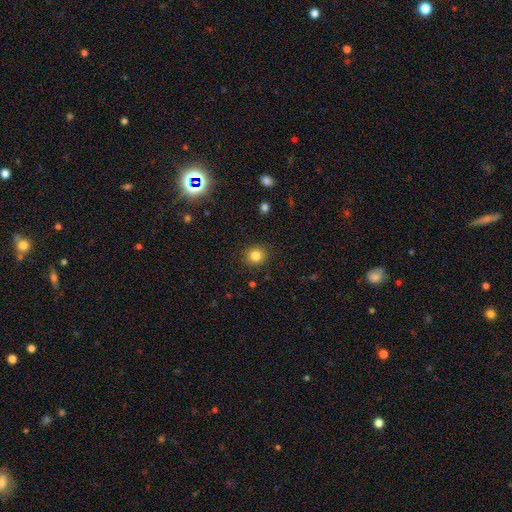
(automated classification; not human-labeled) Smooth or featured? Predicted: smooth (p=0.82). How rounded? Predicted: round (p=0.86). Merging? Predicted: none (p=0.89).